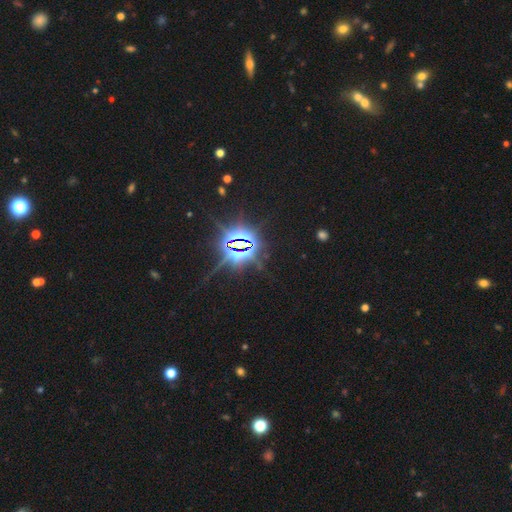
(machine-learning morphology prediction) Smooth or featured? Predicted: star or artifact (p=0.86).